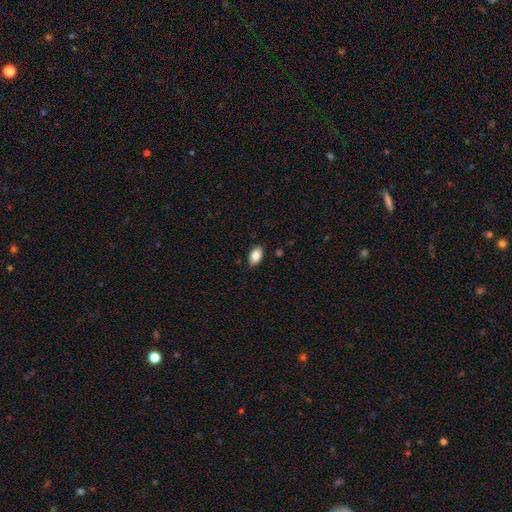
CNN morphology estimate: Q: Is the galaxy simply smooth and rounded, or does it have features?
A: smooth — 86%.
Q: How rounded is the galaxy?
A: in between — 92%.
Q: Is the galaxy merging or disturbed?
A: none — 87%.